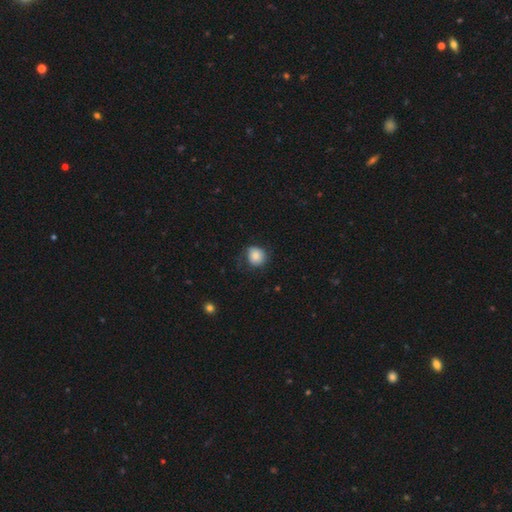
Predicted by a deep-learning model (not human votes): A smooth galaxy with no disk features (83%) that is round (82%). Merging: none (66%).